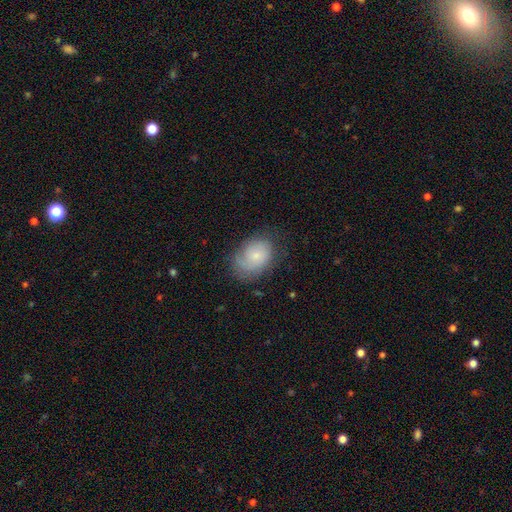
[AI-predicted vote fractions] Smooth or featured? smooth (56%)
How rounded? in between (73%)
Merging? none (67%)